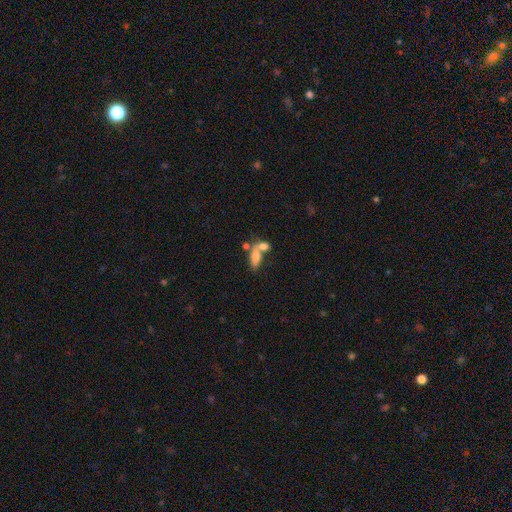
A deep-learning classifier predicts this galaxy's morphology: Smooth or featured? smooth (71%)
How rounded? in between (77%)
Merging? merger (58%)